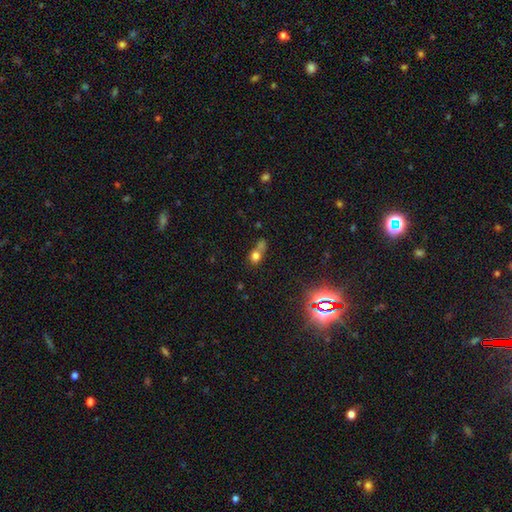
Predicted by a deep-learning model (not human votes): This appears to be a smooth galaxy with no disk features (70%) that is round (61%). Merging: merger (47%).